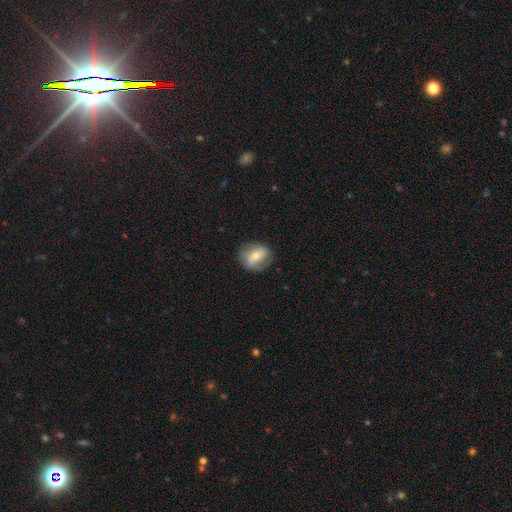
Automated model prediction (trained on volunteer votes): This appears to be a featured or disk galaxy (46%, tied with smooth). Merging: none (78%).